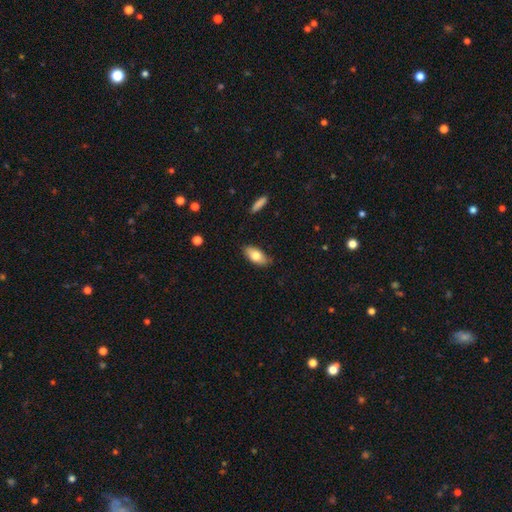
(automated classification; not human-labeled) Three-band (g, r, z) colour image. It shows a smooth galaxy with no disk features (75%) that is in between round and cigar-shaped (88%). Merging: none (81%).